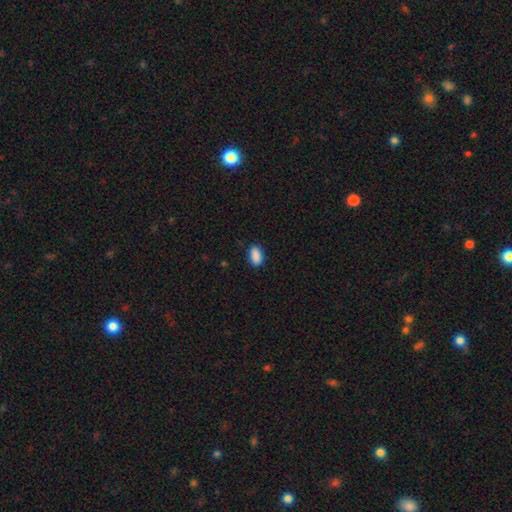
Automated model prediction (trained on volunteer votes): smooth 90%, star or artifact 8%, featured or disk 3%. Down the decision tree: how rounded — in between (92%); merging — none (85%).